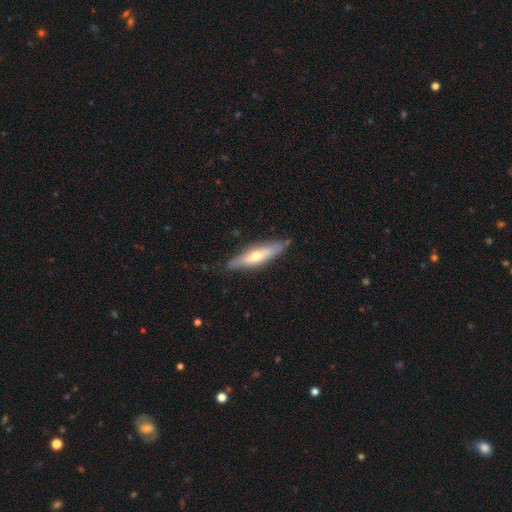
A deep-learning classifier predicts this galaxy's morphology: smooth-or-featured: featured or disk: 49% | smooth: 45% | star or artifact: 6%
  merging: none: 82% | minor disturbance: 14% | major disturbance: 3% | merger: 1%